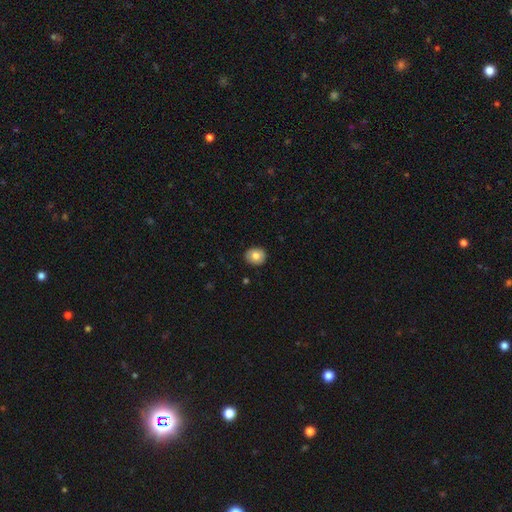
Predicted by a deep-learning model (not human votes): Smooth or featured? smooth (78%)
How rounded? round (75%)
Merging? none (89%)